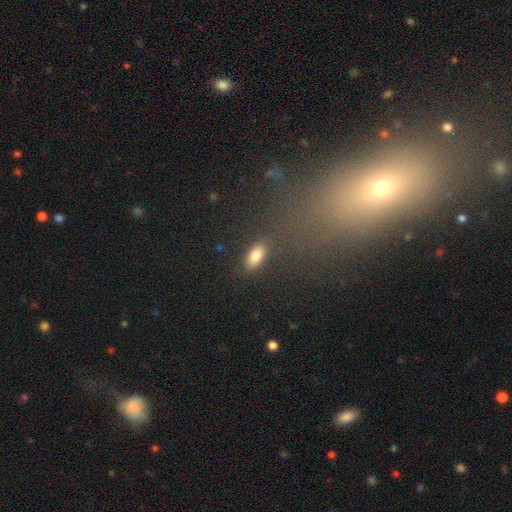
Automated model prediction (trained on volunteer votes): A smooth galaxy with no disk features (82%) that is in between round and cigar-shaped (86%).

Vote fractions:
- Smooth or featured? smooth: 82% / star or artifact: 9% / featured or disk: 9%
- How rounded? in between: 86% / cigar-shaped: 10% / round: 4%
- Merging? none: 83% / minor disturbance: 11% / major disturbance: 4% / merger: 2%